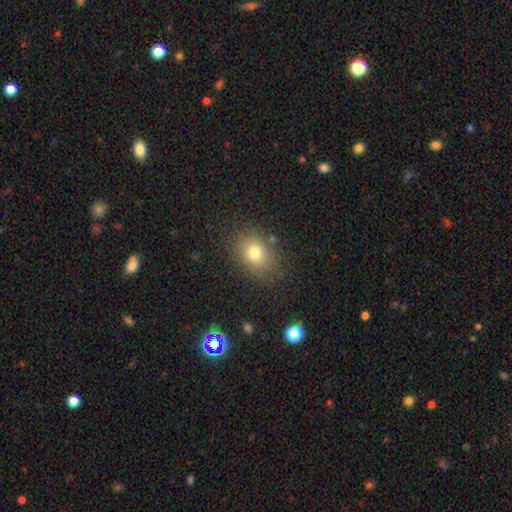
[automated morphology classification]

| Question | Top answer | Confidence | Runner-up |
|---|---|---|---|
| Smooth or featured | smooth | 71% | star or artifact (20%) |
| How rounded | in between | 56% | round (43%) |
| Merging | none | 87% | minor disturbance (8%) |